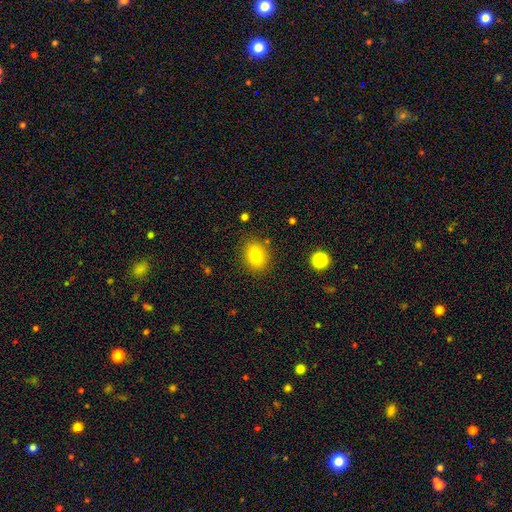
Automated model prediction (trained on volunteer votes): This is clearly a smooth galaxy (80%). How rounded: possibly in between (56%). Merging: clearly none (85%).